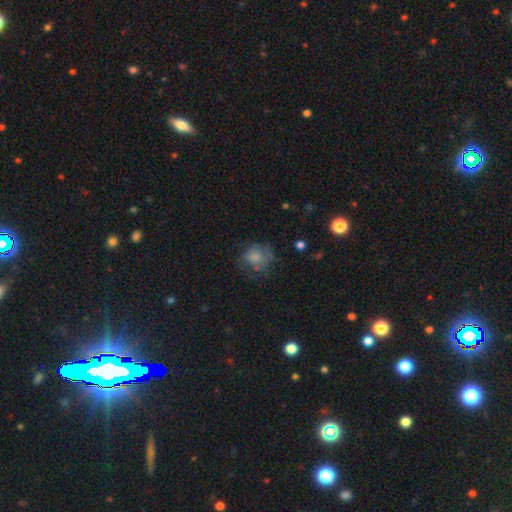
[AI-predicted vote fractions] Overall: smooth (52%; featured or disk 26%). How rounded: round (81%). Merging: none (65%).